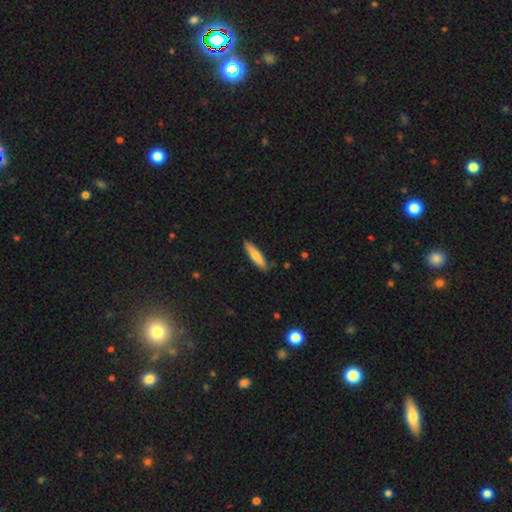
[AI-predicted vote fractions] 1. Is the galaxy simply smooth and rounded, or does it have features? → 73% smooth, 21% featured or disk, 6% star or artifact.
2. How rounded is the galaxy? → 76% cigar-shaped, 23% in between, 2% round.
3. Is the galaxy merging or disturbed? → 86% none, 11% minor disturbance, 2% major disturbance, 2% merger.